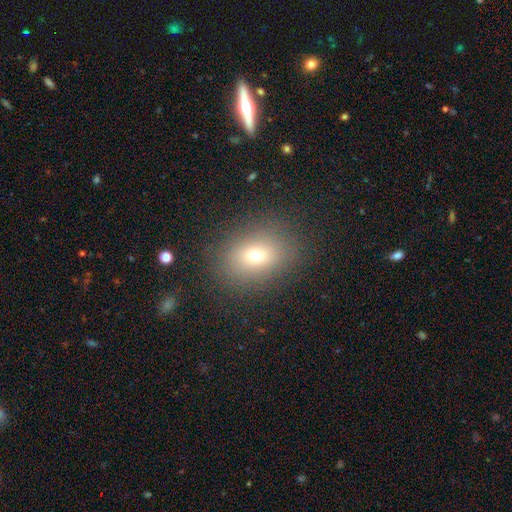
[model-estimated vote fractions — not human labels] Smooth or featured: smooth — 68% (star or artifact — 17%)
How rounded: in between — 57% (round — 41%)
Merging: none — 84% (minor disturbance — 9%)